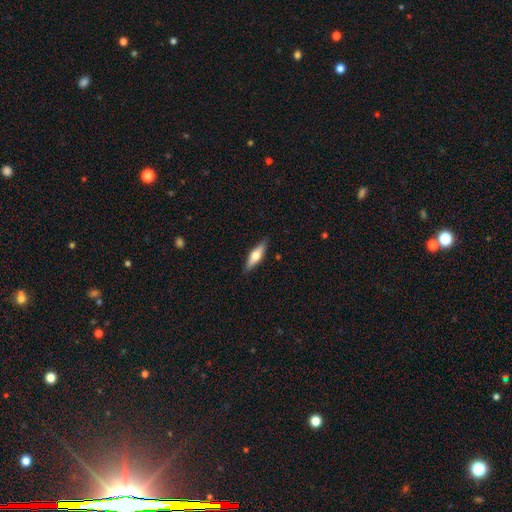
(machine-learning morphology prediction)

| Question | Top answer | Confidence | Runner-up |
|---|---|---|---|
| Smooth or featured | smooth | 53% | featured or disk (41%) |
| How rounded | cigar-shaped | 53% | in between (44%) |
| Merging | none | 88% | minor disturbance (9%) |